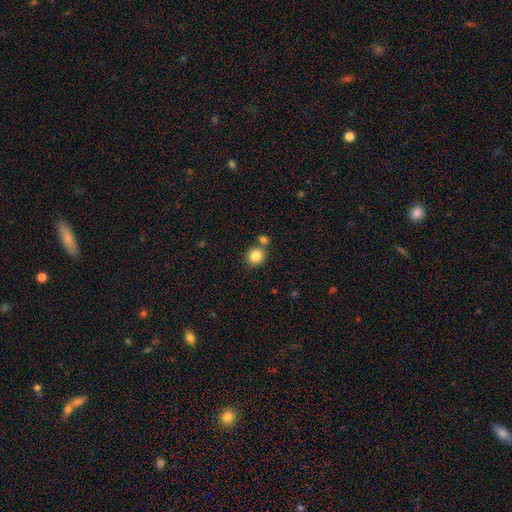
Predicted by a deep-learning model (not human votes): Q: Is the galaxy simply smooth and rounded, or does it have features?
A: smooth — 85%.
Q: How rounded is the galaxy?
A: round — 85%.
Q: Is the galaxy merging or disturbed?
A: none — 69%.